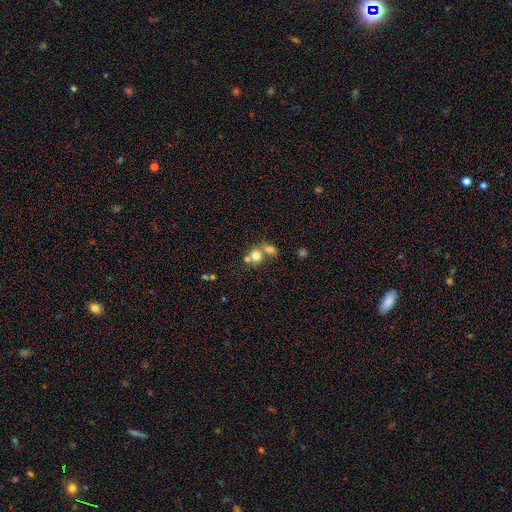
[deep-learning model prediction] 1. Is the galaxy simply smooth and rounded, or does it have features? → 74% smooth, 13% star or artifact, 13% featured or disk.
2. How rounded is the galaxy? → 74% round, 24% in between, 1% cigar-shaped.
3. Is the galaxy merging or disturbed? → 51% merger, 38% none, 7% minor disturbance, 4% major disturbance.